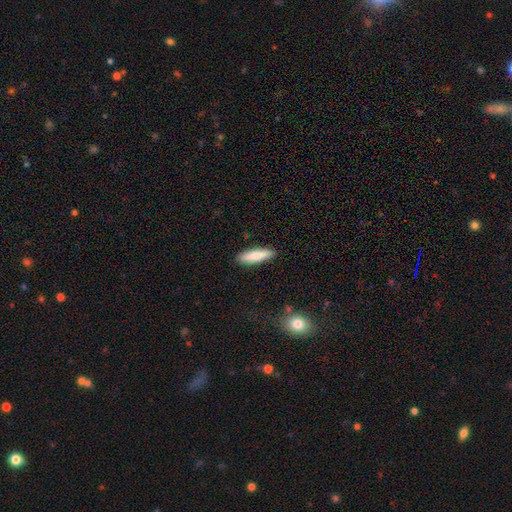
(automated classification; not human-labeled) smooth_or_featured: smooth (p=0.80) [alt: featured or disk p=0.14]
how_rounded: cigar-shaped (p=0.63) [alt: in between p=0.35]
merging: none (p=0.90) [alt: minor disturbance p=0.07]